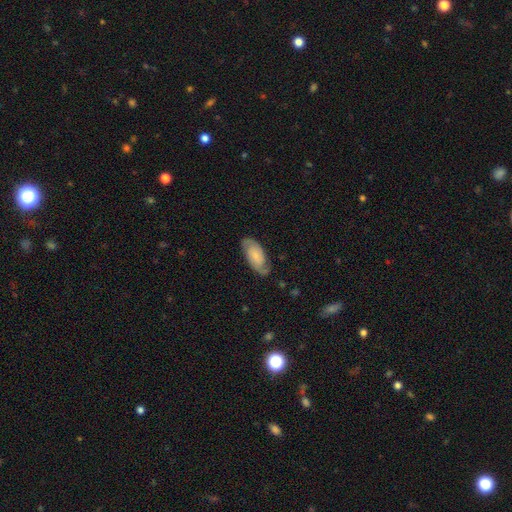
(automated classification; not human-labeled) A featured or disk galaxy (64%) with no bar (57%), 2 (87%) medium (44%) spiral arms (93%) and a small central bulge (48%). Merging: none (79%).